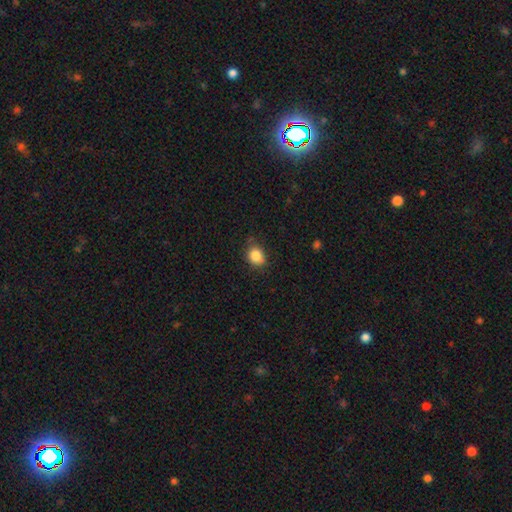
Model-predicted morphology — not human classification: The model was most divided on "how rounded": round: 62%, in between: 37%, cigar-shaped: 1%. More confident: smooth or featured — smooth (85%); merging — none (72%).